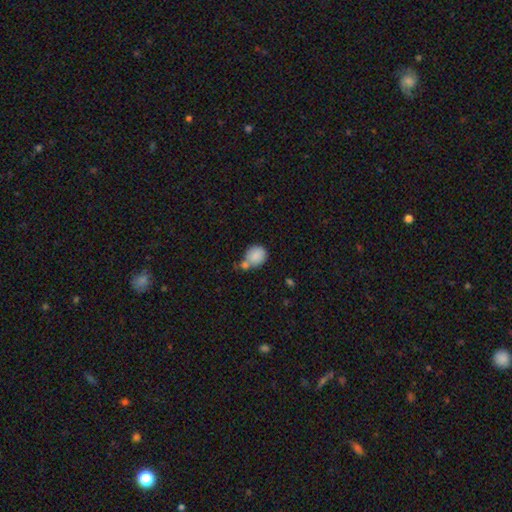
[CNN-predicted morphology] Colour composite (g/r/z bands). It shows a smooth galaxy with no disk features (84%) that is round (68%). Merging: none (41%).